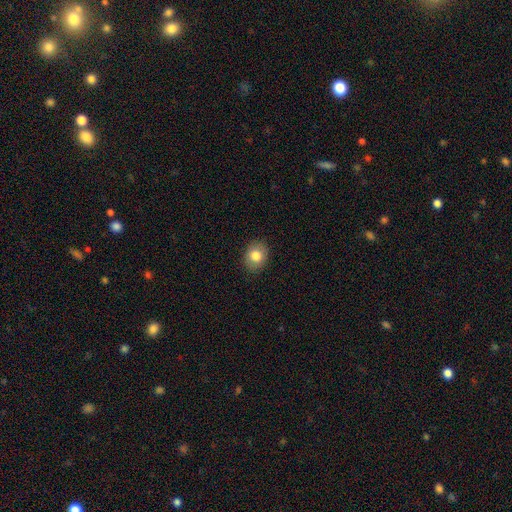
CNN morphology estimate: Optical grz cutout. It shows a smooth galaxy with no disk features (80%) that is round (50%). Merging: none (88%).